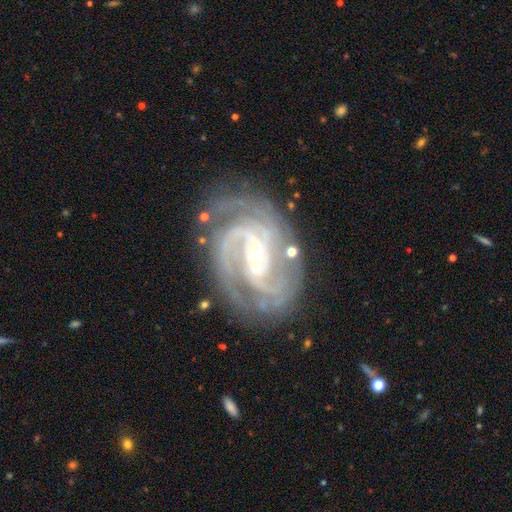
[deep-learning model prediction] A featured or disk galaxy (92%) with a weak bar (42%), 2 (36%) tight (55%) spiral arms (98%) and a small central bulge (64%). Merging: none (74%).